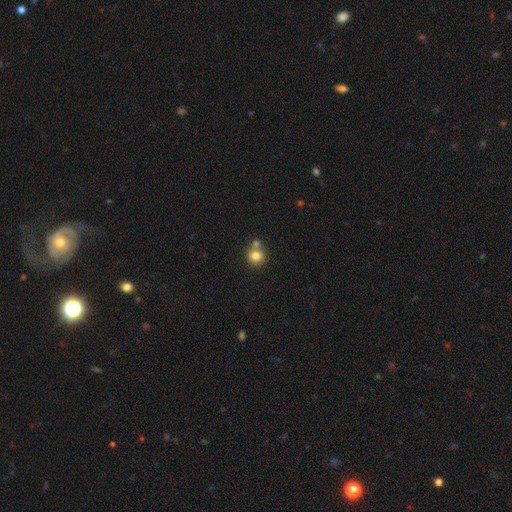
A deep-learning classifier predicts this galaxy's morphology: type=smooth (79%); roundness=round (88%); merging=none (58%).